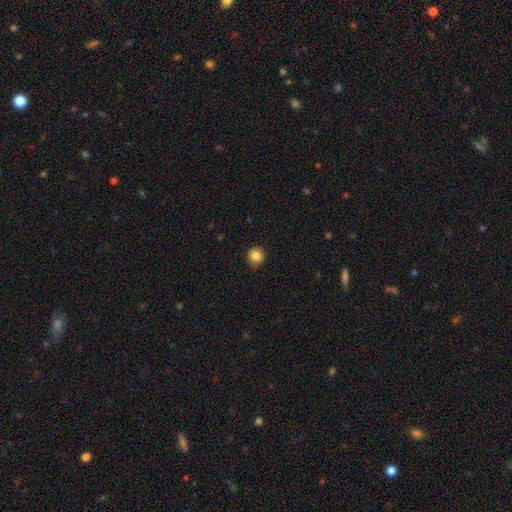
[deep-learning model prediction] Smooth or featured: smooth — 84% (star or artifact — 10%)
How rounded: round — 92% (in between — 7%)
Merging: none — 87% (minor disturbance — 11%)